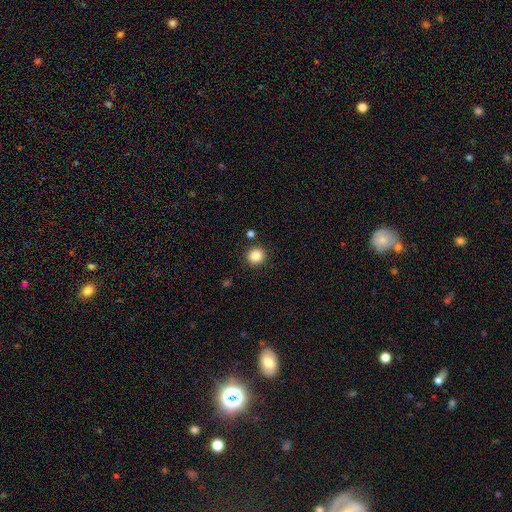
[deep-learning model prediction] The model was most divided on "smooth or featured": smooth: 86%, star or artifact: 10%, featured or disk: 4%. More confident: how rounded — round (91%); merging — none (88%).